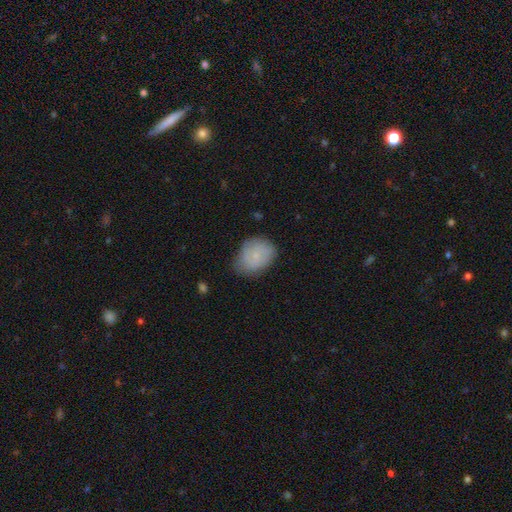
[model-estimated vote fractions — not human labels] Smooth or featured?
  - smooth: 74% *
  - featured or disk: 19%
  - star or artifact: 8%
How rounded?
  - in between: 64% *
  - round: 35%
  - cigar-shaped: 1%
Merging?
  - none: 60% *
  - minor disturbance: 31%
  - major disturbance: 7%
  - merger: 2%